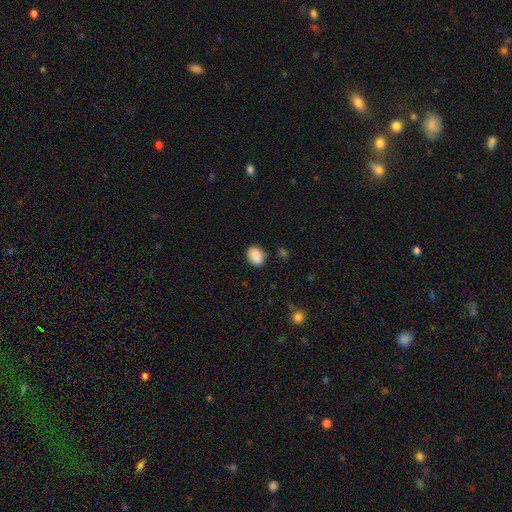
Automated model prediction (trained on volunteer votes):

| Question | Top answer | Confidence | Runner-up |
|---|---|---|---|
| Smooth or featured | smooth | 89% | star or artifact (8%) |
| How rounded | in between | 68% | round (31%) |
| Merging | none | 80% | minor disturbance (14%) |